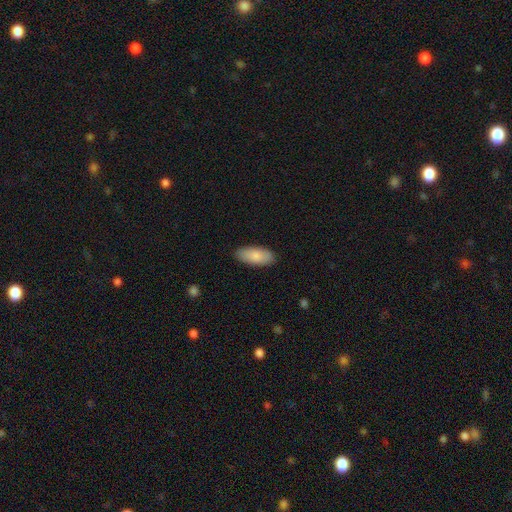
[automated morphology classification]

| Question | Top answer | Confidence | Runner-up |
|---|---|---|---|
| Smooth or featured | smooth | 84% | featured or disk (10%) |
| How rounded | in between | 88% | cigar-shaped (10%) |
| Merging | none | 87% | minor disturbance (10%) |